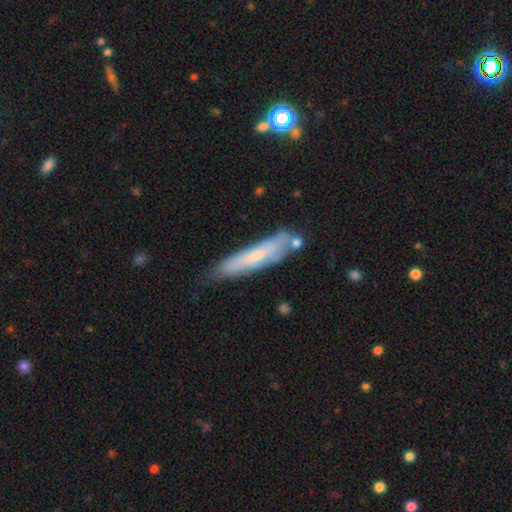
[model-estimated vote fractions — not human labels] A smooth galaxy with no disk features (53%) that is cigar-shaped (83%).

Vote fractions:
- Smooth or featured? smooth: 53% / featured or disk: 41% / star or artifact: 6%
- How rounded? cigar-shaped: 83% / in between: 15% / round: 1%
- Merging? none: 59% / minor disturbance: 26% / merger: 8% / major disturbance: 7%